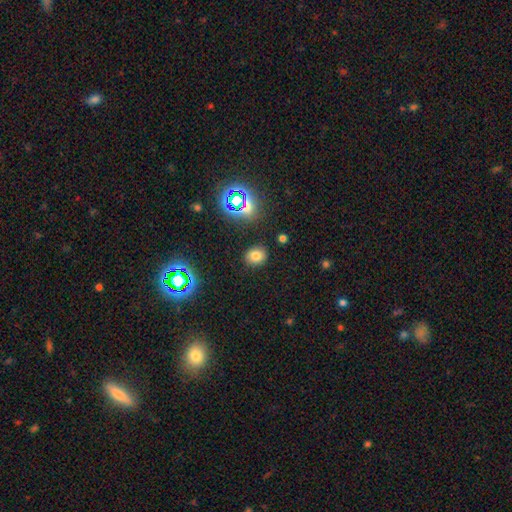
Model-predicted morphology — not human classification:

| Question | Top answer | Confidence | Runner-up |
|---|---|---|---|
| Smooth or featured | smooth | 73% | star or artifact (19%) |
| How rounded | round | 60% | in between (39%) |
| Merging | none | 86% | minor disturbance (9%) |